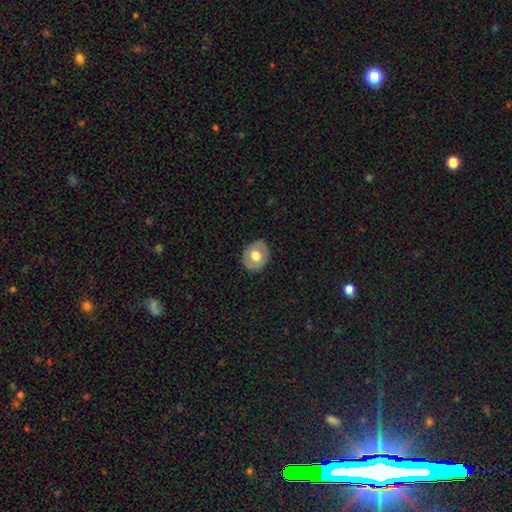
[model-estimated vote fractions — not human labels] smooth 64%, featured or disk 29%, star or artifact 7%. Down the decision tree: how rounded — round (60%); merging — none (85%).